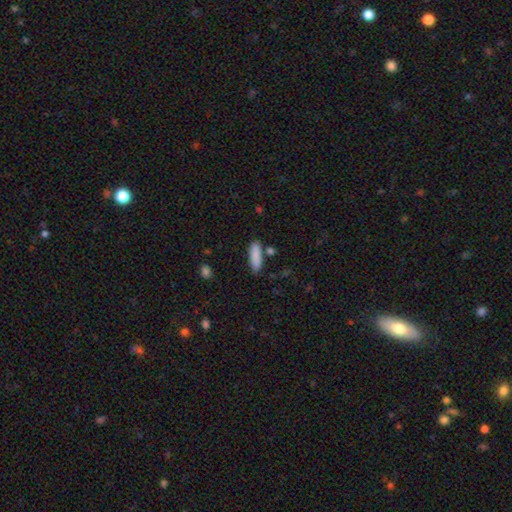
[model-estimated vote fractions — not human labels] smooth_or_featured: smooth (p=0.88) [alt: star or artifact p=0.06]
how_rounded: cigar-shaped (p=0.56) [alt: in between p=0.42]
merging: none (p=0.79) [alt: minor disturbance p=0.12]